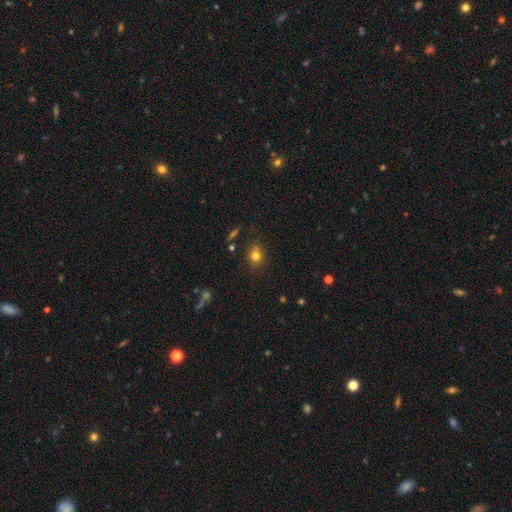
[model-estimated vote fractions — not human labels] A smooth galaxy with no disk features (76%) that is round (74%). Merging: none (77%).